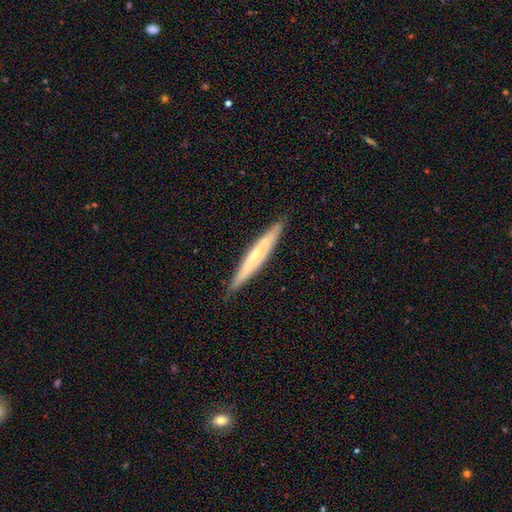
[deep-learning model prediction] Q: Smooth or featured?
A: featured or disk (54%); runner-up: smooth (40%)
Q: Edge-on disk?
A: yes (90%); runner-up: no (10%)
Q: Merging?
A: none (88%); runner-up: minor disturbance (9%)